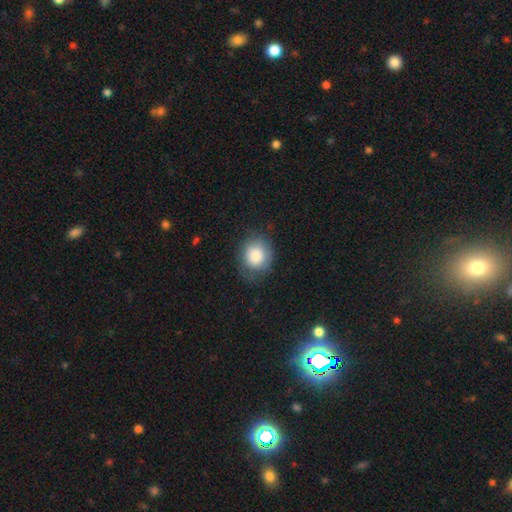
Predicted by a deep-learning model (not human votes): A smooth galaxy with no disk features (83%) that is round (67%). Merging: none (72%).